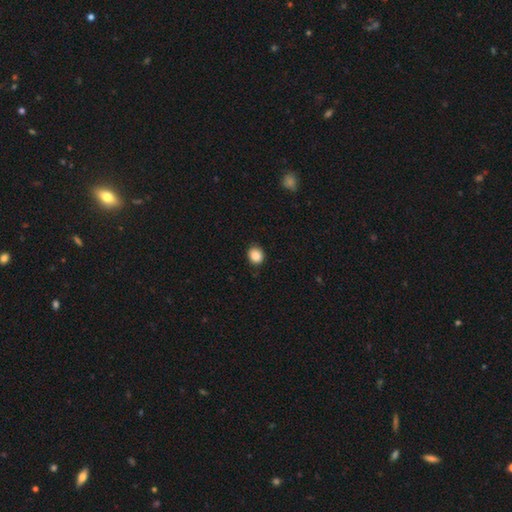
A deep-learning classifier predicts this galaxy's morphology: Smooth or featured: smooth — 88% (star or artifact — 9%)
How rounded: round — 74% (in between — 25%)
Merging: none — 88% (minor disturbance — 9%)